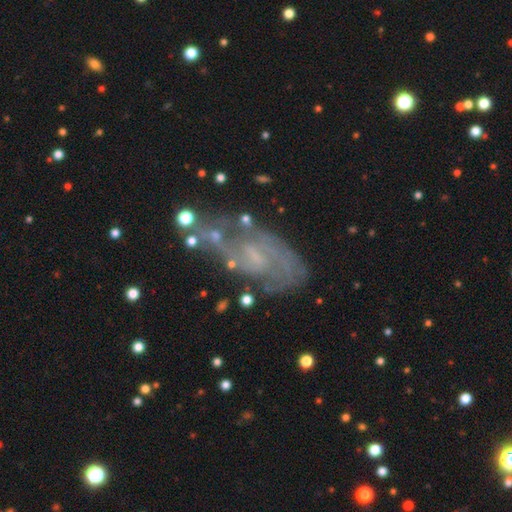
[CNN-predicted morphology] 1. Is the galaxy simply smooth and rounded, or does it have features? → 74% featured or disk, 16% smooth, 11% star or artifact.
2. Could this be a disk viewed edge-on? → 94% no, 6% yes.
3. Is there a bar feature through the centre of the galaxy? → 46% no, 42% weak, 12% strong.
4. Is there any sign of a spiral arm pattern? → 77% yes, 23% no.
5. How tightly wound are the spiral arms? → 41% medium, 35% tight, 24% loose.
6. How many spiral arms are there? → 47% 2, 34% can't tell, 8% 1, 6% 3, 3% 4, 3% more than 4.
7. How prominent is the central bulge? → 42% small, 40% none, 16% moderate, 2% large, 1% dominant.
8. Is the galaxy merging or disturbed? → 56% none, 22% minor disturbance, 16% major disturbance, 6% merger.